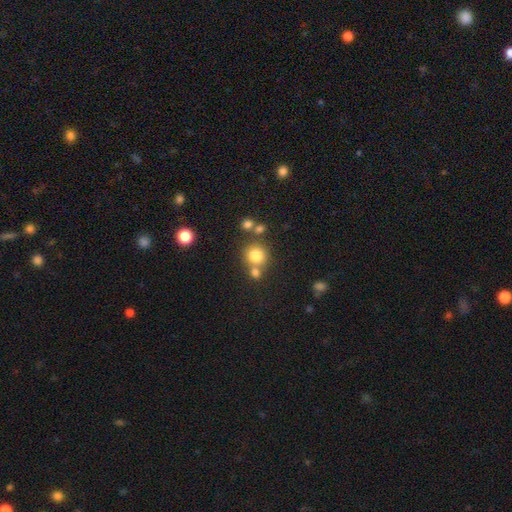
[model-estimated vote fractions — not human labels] A smooth galaxy with no disk features (78%) that is round (88%).

Vote fractions:
- Smooth or featured? smooth: 78% / star or artifact: 12% / featured or disk: 9%
- How rounded? round: 88% / in between: 11% / cigar-shaped: 1%
- Merging? none: 60% / merger: 27% / minor disturbance: 9% / major disturbance: 4%